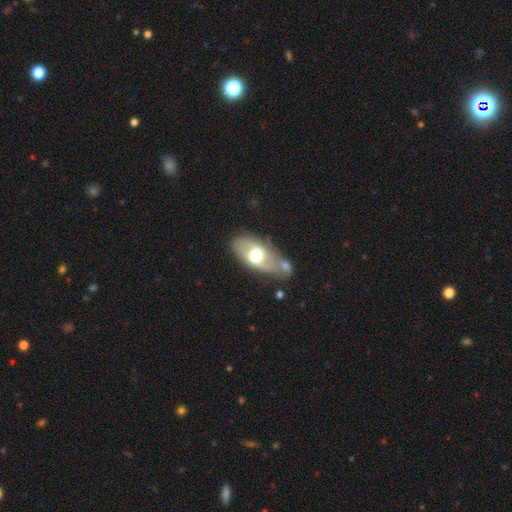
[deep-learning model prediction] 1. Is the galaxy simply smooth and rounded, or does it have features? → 48% featured or disk, 46% smooth, 6% star or artifact.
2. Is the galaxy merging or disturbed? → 47% none, 23% merger, 21% minor disturbance, 9% major disturbance.